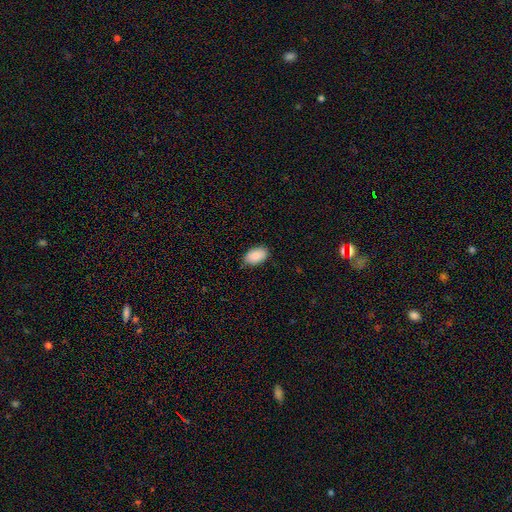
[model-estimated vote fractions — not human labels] smooth 86%, featured or disk 8%, star or artifact 7%. Down the decision tree: how rounded — in between (92%); merging — none (81%).